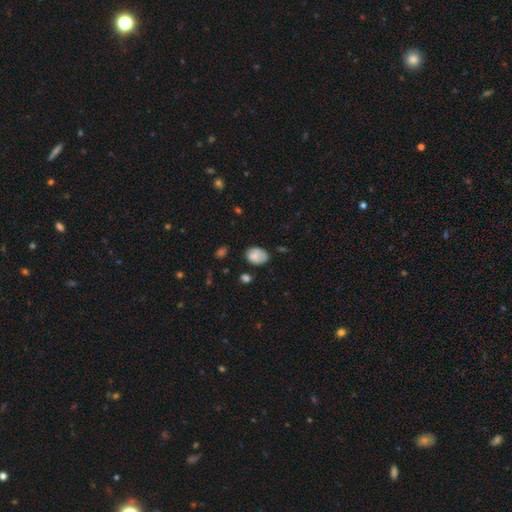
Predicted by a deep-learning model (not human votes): The model was most divided on "merging": none: 56%, minor disturbance: 30%, major disturbance: 8%, merger: 6%. More confident: smooth or featured — smooth (78%); how rounded — in between (73%).